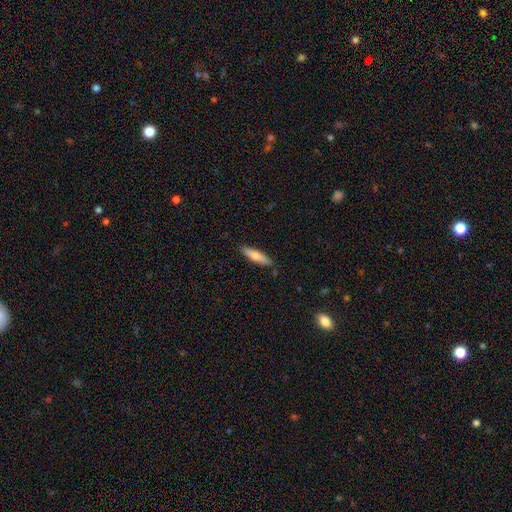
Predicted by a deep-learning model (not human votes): Overall: smooth (71%). How rounded: cigar-shaped (72%). Merging: none (86%).